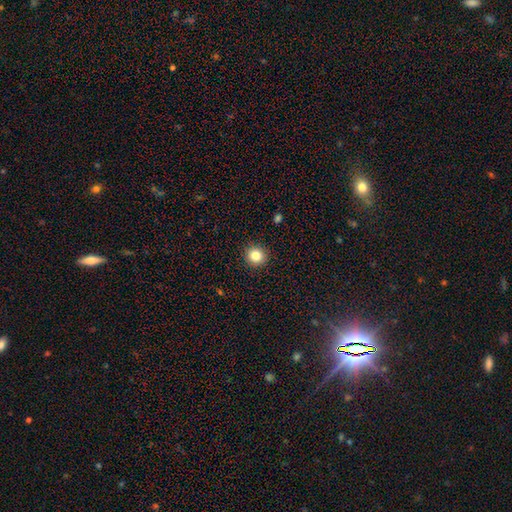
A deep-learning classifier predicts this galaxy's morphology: The model was most divided on "smooth or featured": smooth: 83%, star or artifact: 11%, featured or disk: 6%. More confident: merging — none (92%); how rounded — round (92%).